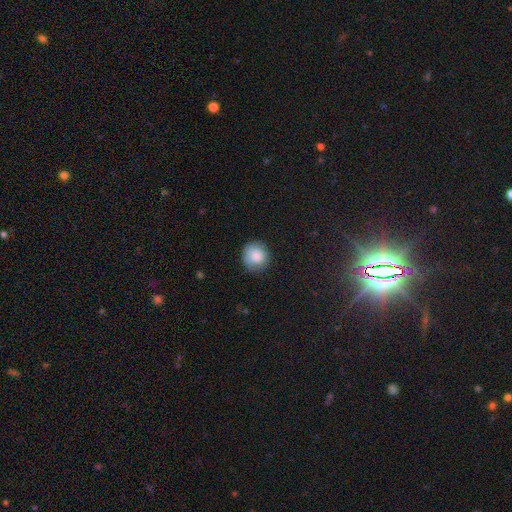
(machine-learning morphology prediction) This appears to be a smooth galaxy with no disk features (82%) that is round (87%). Merging: none (78%).